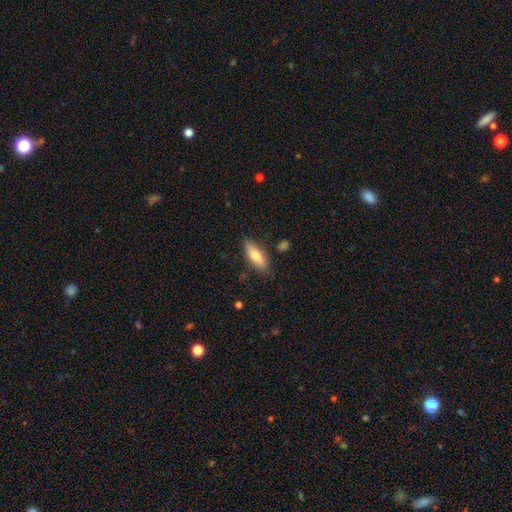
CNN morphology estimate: This appears to be a smooth galaxy with no disk features (71%) that is in between round and cigar-shaped (58%). Merging: none (81%).